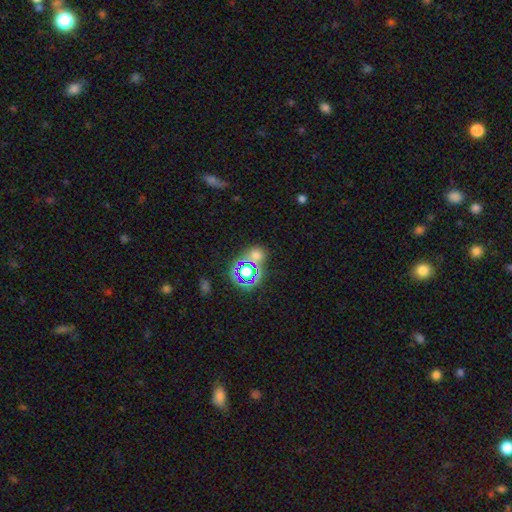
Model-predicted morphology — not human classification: Smooth or featured?
  - smooth: 52% *
  - star or artifact: 39%
  - featured or disk: 9%
How rounded?
  - round: 77% *
  - in between: 21%
  - cigar-shaped: 1%
Merging?
  - none: 65% *
  - merger: 20%
  - minor disturbance: 9%
  - major disturbance: 5%